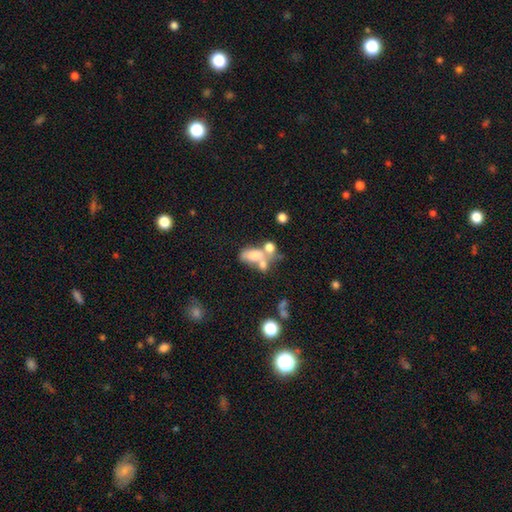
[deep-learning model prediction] This is likely a smooth galaxy (61%). How rounded: clearly in between (81%). Merging: possibly merger (56%).